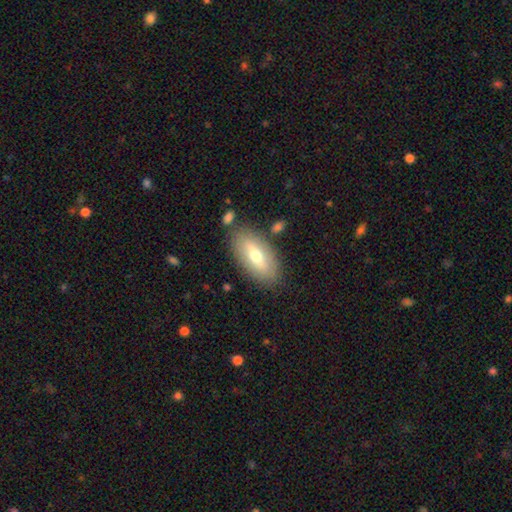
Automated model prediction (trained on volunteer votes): A smooth galaxy with no disk features (60%) that is in between round and cigar-shaped (87%). Merging: none (80%).